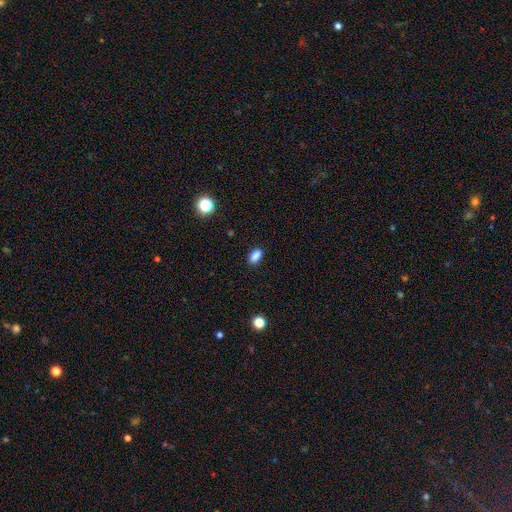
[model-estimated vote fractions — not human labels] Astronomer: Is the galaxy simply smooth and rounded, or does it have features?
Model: smooth — 85%.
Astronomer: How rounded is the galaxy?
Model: in between — 88%.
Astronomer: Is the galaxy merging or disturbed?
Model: none — 86%.